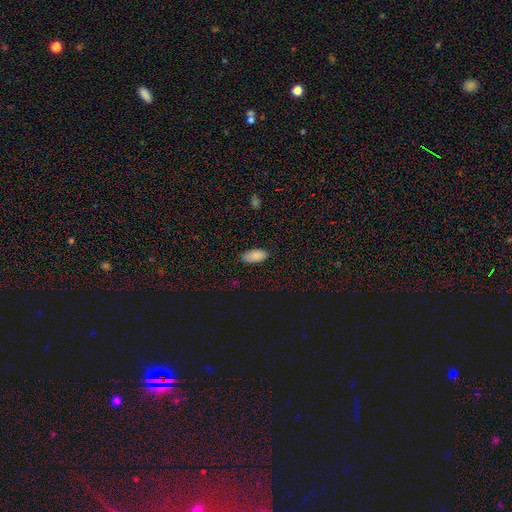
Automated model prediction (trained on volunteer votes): A smooth galaxy with no disk features (87%) that is in between round and cigar-shaped (93%). Merging: none (85%).